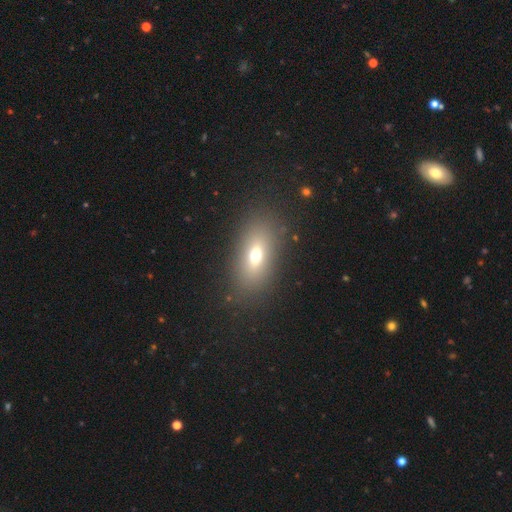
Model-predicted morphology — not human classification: Overall: smooth (65%). How rounded: in between (80%). Merging: none (84%).